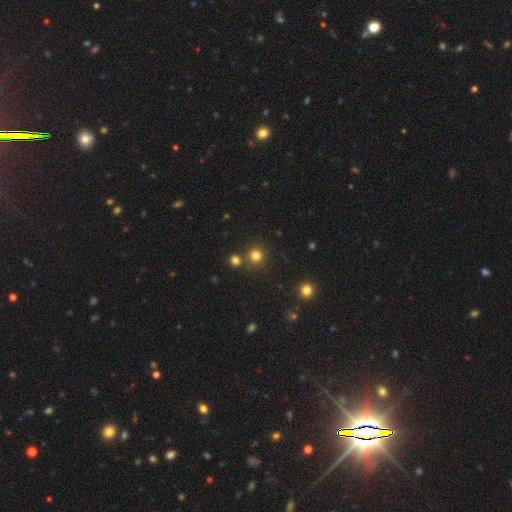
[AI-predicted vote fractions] A smooth galaxy with no disk features (78%) that is round (93%). Merging: none (80%).